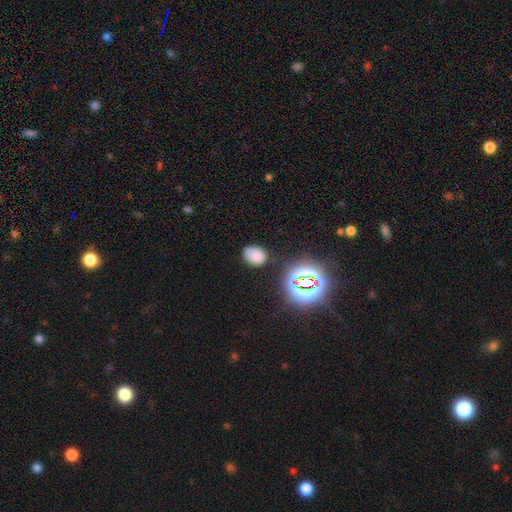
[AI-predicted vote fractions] Smooth or featured? smooth (73%)
How rounded? in between (65%)
Merging? none (73%)